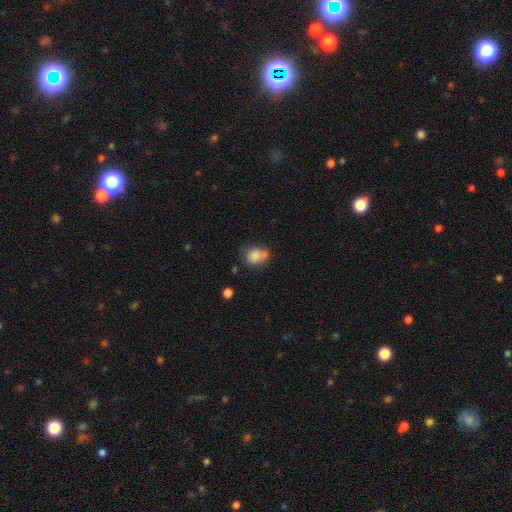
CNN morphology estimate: smooth-or-featured: smooth: 81% | star or artifact: 10% | featured or disk: 9%
  how-rounded: round: 51% | in between: 48% | cigar-shaped: 1%
  merging: none: 47% | minor disturbance: 23% | merger: 23% | major disturbance: 7%